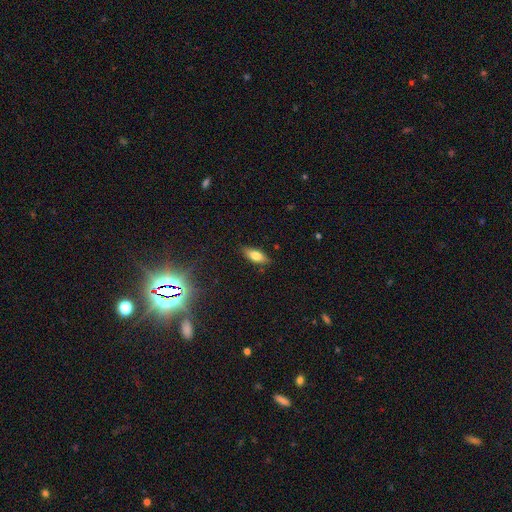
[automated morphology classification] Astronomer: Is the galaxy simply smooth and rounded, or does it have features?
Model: smooth — 73%.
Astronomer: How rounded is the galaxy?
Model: in between — 76%.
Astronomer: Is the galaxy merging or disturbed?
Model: none — 84%.